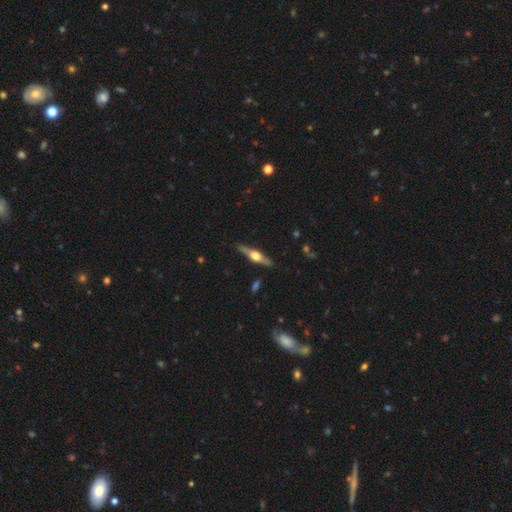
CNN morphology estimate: smooth-or-featured: featured or disk: 72% | smooth: 23% | star or artifact: 5%
  disk-edge-on: yes: 96% | no: 4%
    edge-on-bulge: rounded: 94% | boxy: 5% | none: 2%
  merging: none: 87% | minor disturbance: 10% | major disturbance: 2% | merger: 1%